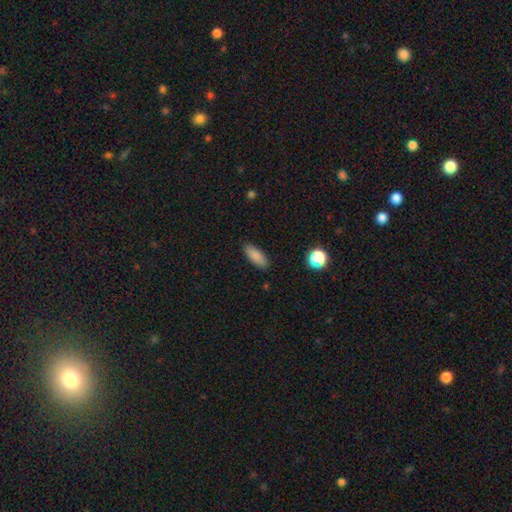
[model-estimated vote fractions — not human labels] Q: Smooth or featured?
A: smooth (86%); runner-up: star or artifact (8%)
Q: How rounded?
A: in between (75%); runner-up: cigar-shaped (22%)
Q: Merging?
A: none (88%); runner-up: minor disturbance (9%)